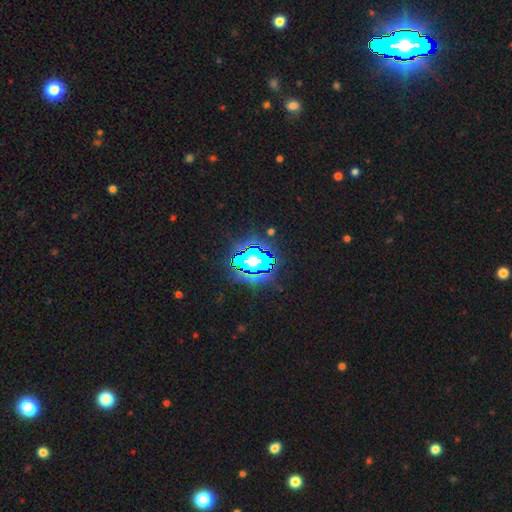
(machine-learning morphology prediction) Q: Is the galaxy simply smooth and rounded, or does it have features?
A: star or artifact — 82%.